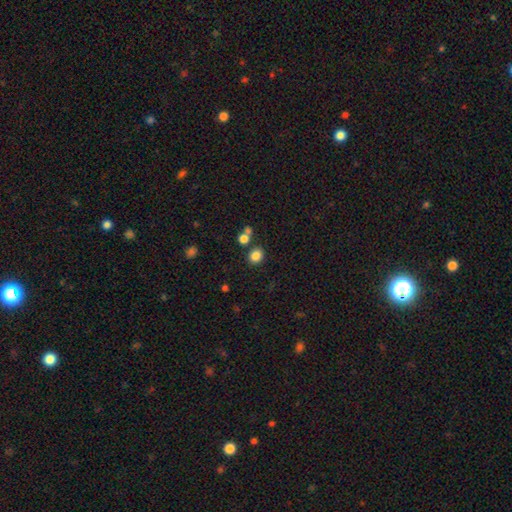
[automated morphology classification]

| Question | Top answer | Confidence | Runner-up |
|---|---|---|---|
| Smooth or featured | smooth | 83% | star or artifact (12%) |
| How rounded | round | 63% | in between (36%) |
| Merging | none | 78% | merger (10%) |